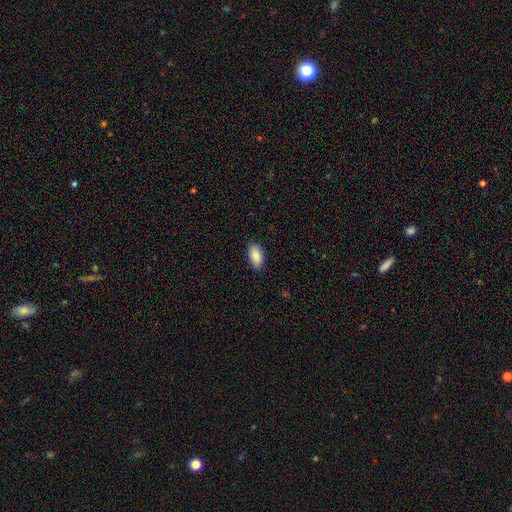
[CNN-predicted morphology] smooth-or-featured: smooth: 89% | star or artifact: 6% | featured or disk: 4%
  how-rounded: in between: 93% | cigar-shaped: 4% | round: 3%
  merging: none: 87% | minor disturbance: 10% | major disturbance: 2% | merger: 1%